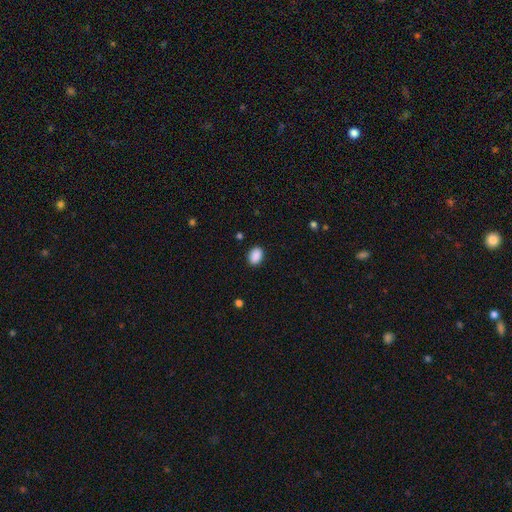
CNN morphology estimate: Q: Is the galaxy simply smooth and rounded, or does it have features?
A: smooth — 90%.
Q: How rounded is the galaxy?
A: in between — 80%.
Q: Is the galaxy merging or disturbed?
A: none — 88%.